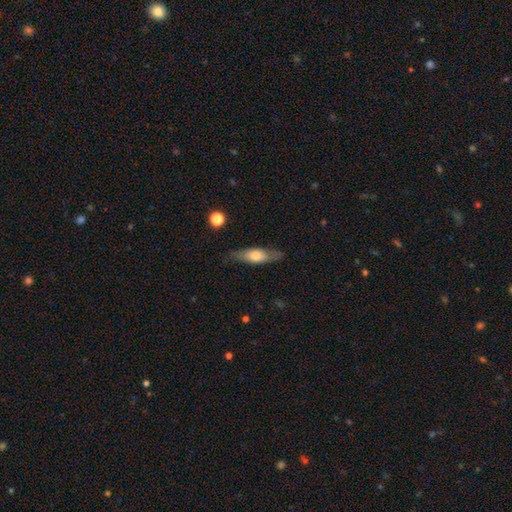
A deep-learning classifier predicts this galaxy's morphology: Smooth or featured?
  - smooth: 52% *
  - featured or disk: 42%
  - star or artifact: 6%
How rounded?
  - cigar-shaped: 52% *
  - in between: 45%
  - round: 3%
Merging?
  - none: 78% *
  - minor disturbance: 16%
  - major disturbance: 4%
  - merger: 2%